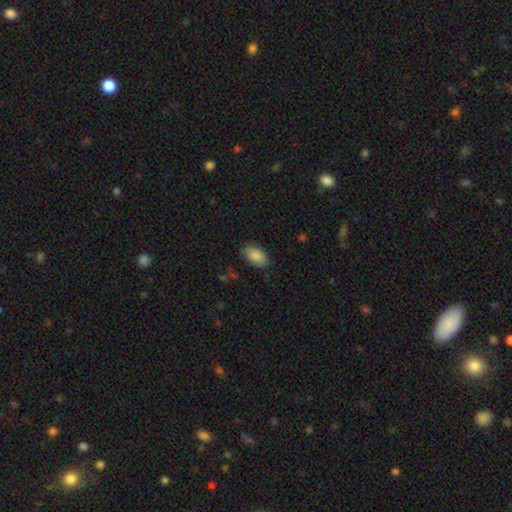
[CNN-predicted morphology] A smooth galaxy with no disk features (88%) that is in between round and cigar-shaped (93%). Merging: none (82%).